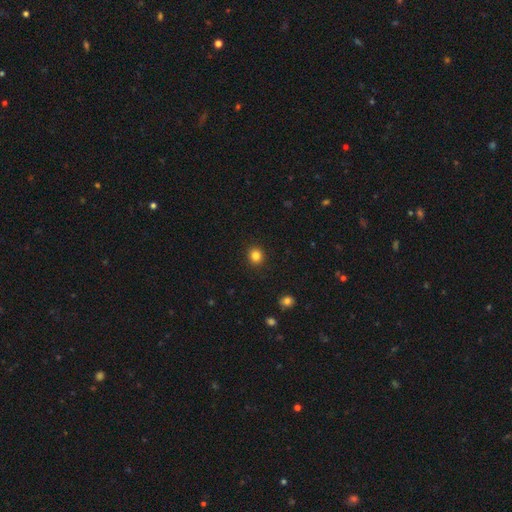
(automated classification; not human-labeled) A smooth galaxy with no disk features (84%) that is round (89%). Merging: none (92%).